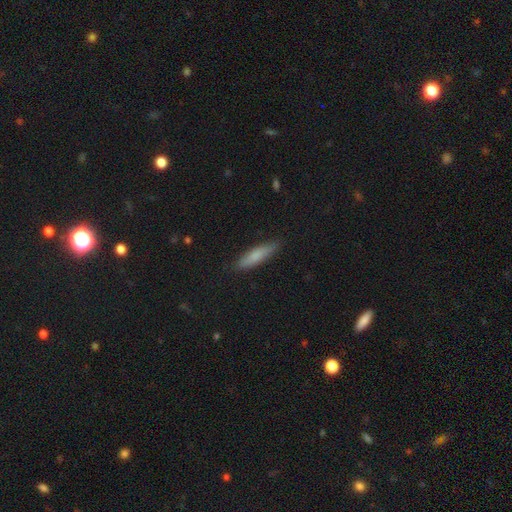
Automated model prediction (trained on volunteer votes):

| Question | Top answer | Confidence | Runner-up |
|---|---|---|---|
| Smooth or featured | smooth | 75% | featured or disk (19%) |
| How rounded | cigar-shaped | 79% | in between (20%) |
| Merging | none | 86% | minor disturbance (11%) |